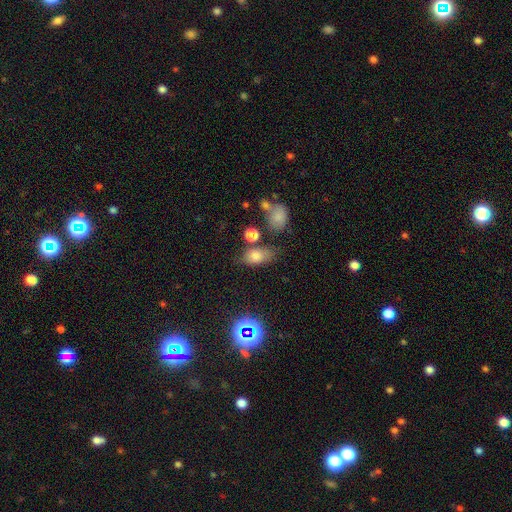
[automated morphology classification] A smooth galaxy with no disk features (74%) that is in between round and cigar-shaped (83%).

Vote fractions:
- Smooth or featured? smooth: 74% / star or artifact: 13% / featured or disk: 13%
- How rounded? in between: 83% / round: 13% / cigar-shaped: 5%
- Merging? none: 62% / minor disturbance: 20% / merger: 10% / major disturbance: 8%